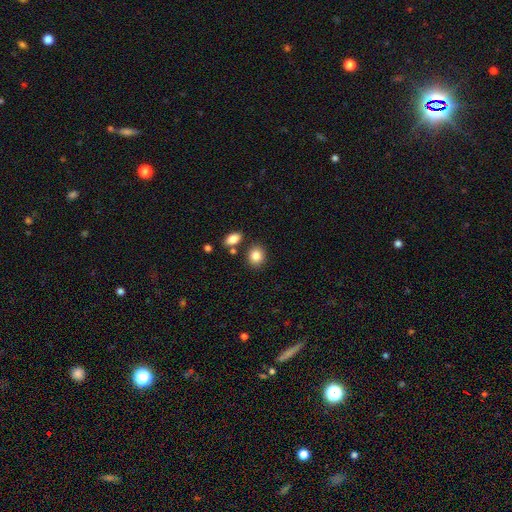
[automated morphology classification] A smooth galaxy with no disk features (85%) that is round (65%). Merging: none (80%).